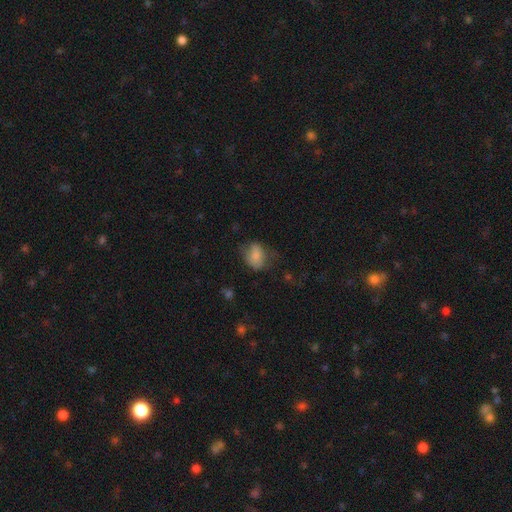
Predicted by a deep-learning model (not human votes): A smooth galaxy with no disk features (74%) that is in between round and cigar-shaped (70%). Merging: none (50%).